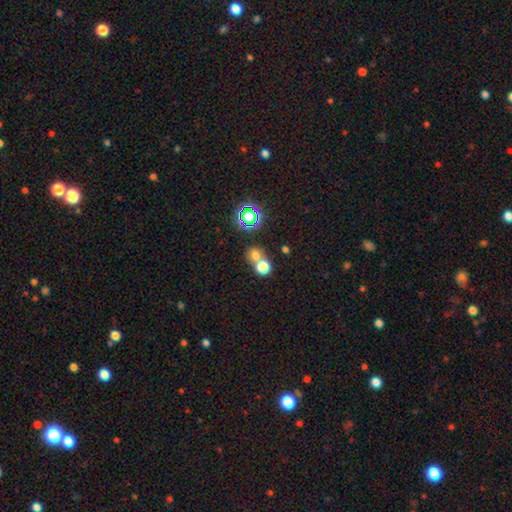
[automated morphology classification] This is likely a smooth galaxy (69%). How rounded: clearly round (82%). Merging: possibly none (49%).